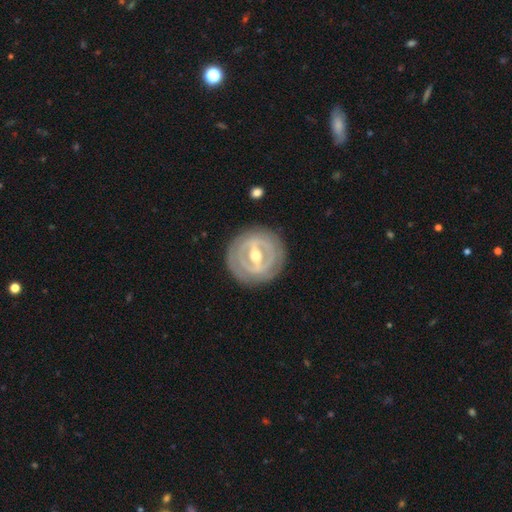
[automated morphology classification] smooth_or_featured: featured or disk (p=0.83) [alt: smooth p=0.13]
disk_edge_on: no (p=0.92) [alt: yes p=0.08]
bar: strong (p=0.67) [alt: weak p=0.25]
has_spiral_arms: yes (p=0.52) [alt: no p=0.48]
bulge_size: moderate (p=0.73) [alt: small p=0.21]
merging: none (p=0.86) [alt: minor disturbance p=0.10]